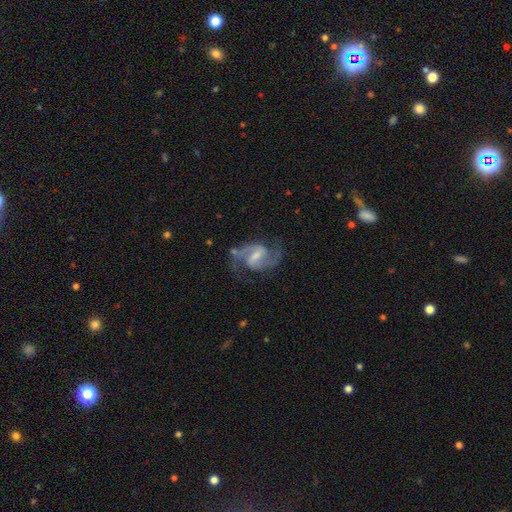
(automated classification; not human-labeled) smooth_or_featured: featured or disk (p=0.91) [alt: star or artifact p=0.05]
disk_edge_on: no (p=0.98) [alt: yes p=0.02]
bar: weak (p=0.54) [alt: strong p=0.33]
has_spiral_arms: yes (p=0.98) [alt: no p=0.02]
spiral_winding: medium (p=0.64) [alt: loose p=0.22]
spiral_arm_count: 2 (p=0.94) [alt: can't tell p=0.02]
bulge_size: small (p=0.38) [alt: moderate p=0.35]
merging: none (p=0.75) [alt: minor disturbance p=0.15]